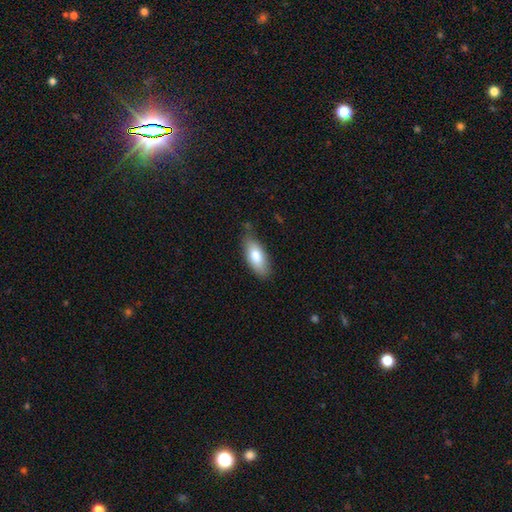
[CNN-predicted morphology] Smooth or featured? Predicted: smooth (p=0.78). How rounded? Predicted: in between (p=0.83). Merging? Predicted: none (p=0.75).